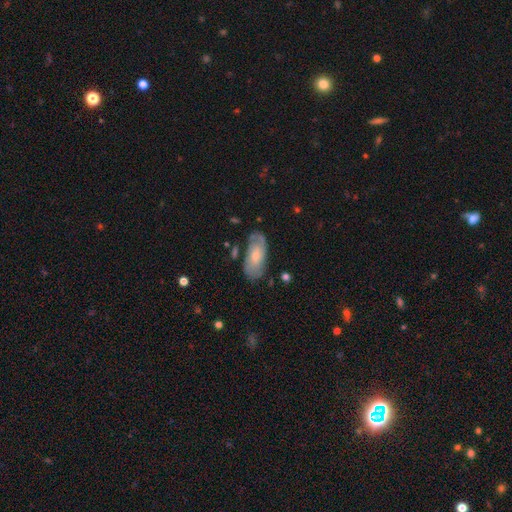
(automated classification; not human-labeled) Smooth or featured?
  - featured or disk: 55% *
  - smooth: 38%
  - star or artifact: 6%
Edge-on disk?
  - no: 91% *
  - yes: 9%
Bar?
  - no: 73% *
  - weak: 23%
  - strong: 4%
Spiral arms?
  - yes: 79% *
  - no: 21%
Bulge size?
  - small: 52% *
  - moderate: 38%
  - none: 4%
  - large: 4%
  - dominant: 1%
Merging?
  - none: 71% *
  - minor disturbance: 20%
  - major disturbance: 7%
  - merger: 3%